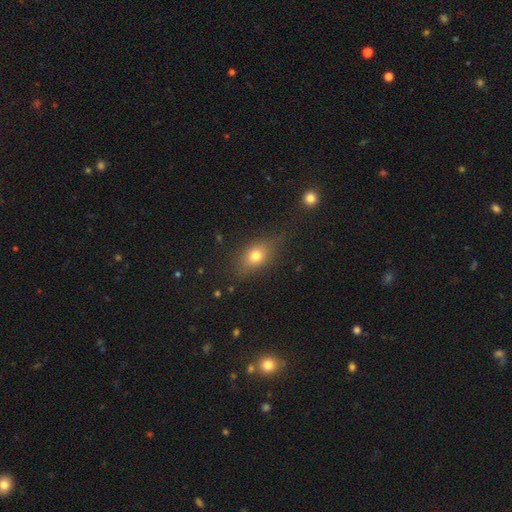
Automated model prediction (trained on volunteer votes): Smooth or featured? Predicted: smooth (p=0.74). How rounded? Predicted: in between (p=0.70). Merging? Predicted: none (p=0.74).